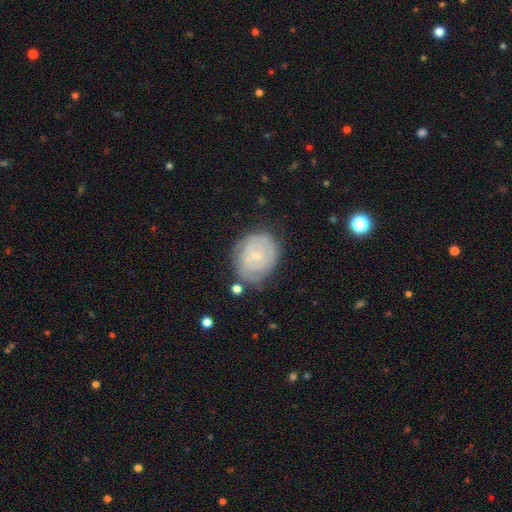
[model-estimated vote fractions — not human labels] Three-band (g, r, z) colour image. It shows a featured or disk galaxy (72%) with no bar (74%), tight (77%) spiral arms (87%) and a small central bulge (81%). Merging: none (71%).